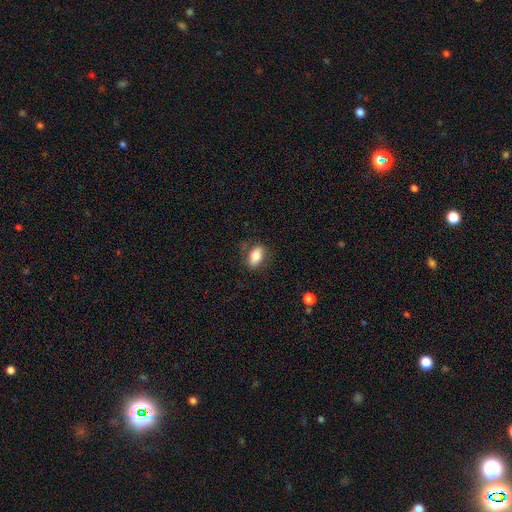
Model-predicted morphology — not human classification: This is likely a smooth galaxy (76%). How rounded: clearly in between (89%). Merging: likely none (75%).